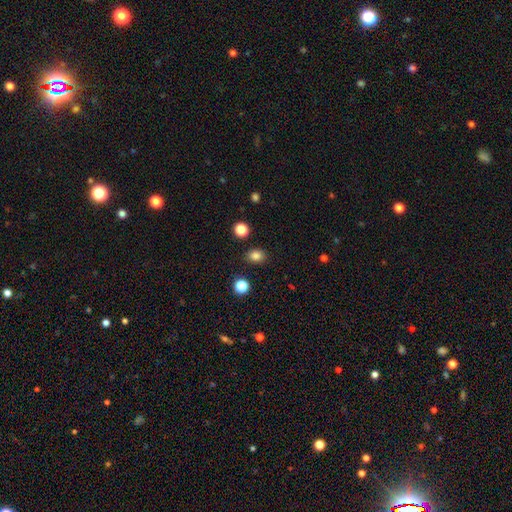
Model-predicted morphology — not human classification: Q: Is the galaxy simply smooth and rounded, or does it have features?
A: smooth — 83%.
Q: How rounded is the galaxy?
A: round — 51%.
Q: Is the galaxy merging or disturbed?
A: none — 87%.